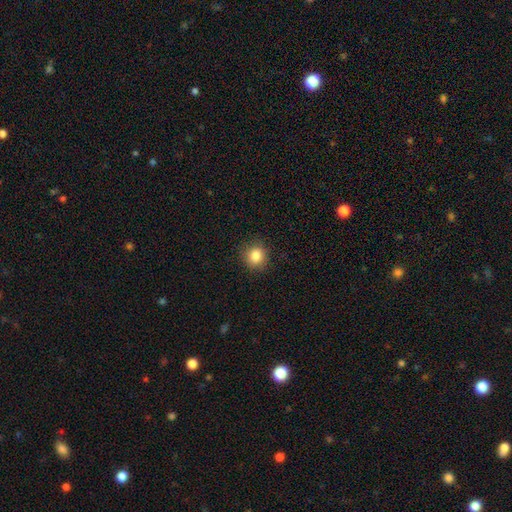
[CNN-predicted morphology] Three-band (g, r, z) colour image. It shows a smooth galaxy with no disk features (85%) that is round (83%). Merging: none (87%).